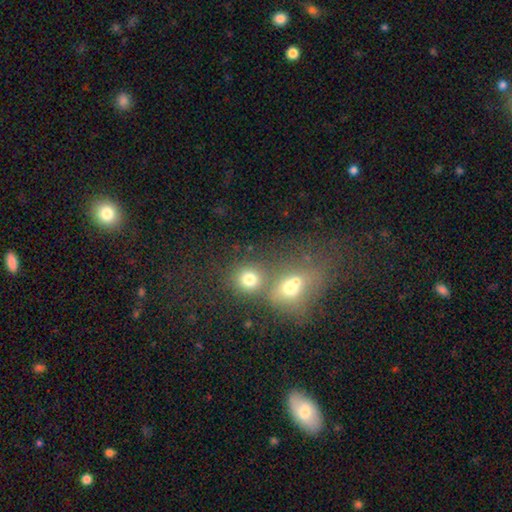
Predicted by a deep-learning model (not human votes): A smooth galaxy with no disk features (58%) that is round (51%). Merging: merger (58%).